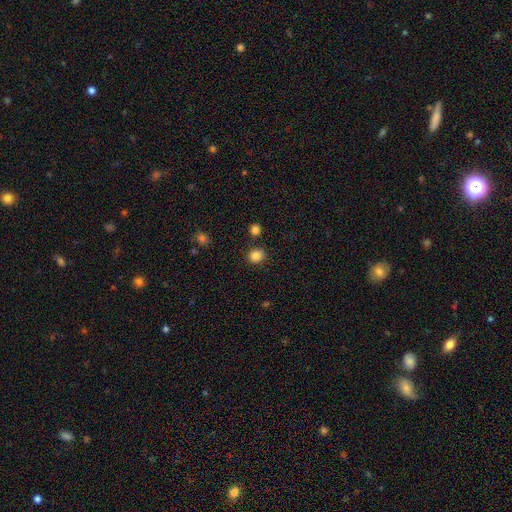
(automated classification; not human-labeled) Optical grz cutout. It shows a smooth galaxy with no disk features (84%) that is round (81%). Merging: none (84%).